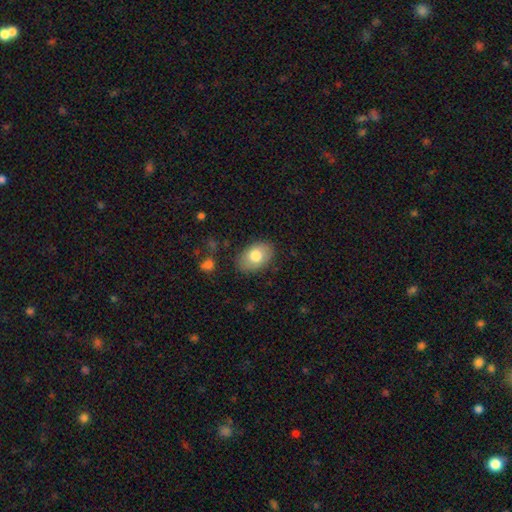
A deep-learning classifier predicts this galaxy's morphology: The model was most divided on "smooth or featured": smooth: 79%, featured or disk: 15%, star or artifact: 7%. More confident: how rounded — in between (86%); merging — none (83%).